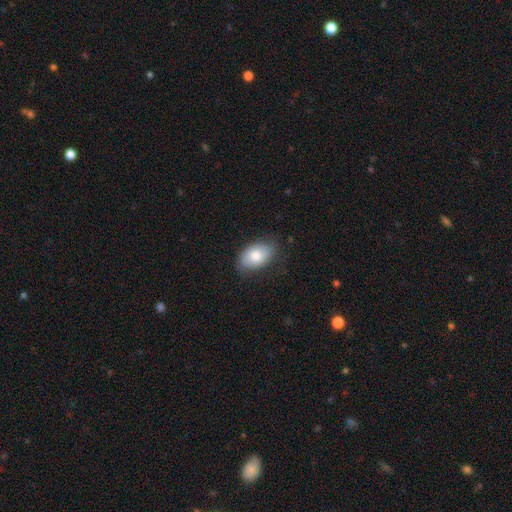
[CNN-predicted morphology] A smooth galaxy with no disk features (78%) that is in between round and cigar-shaped (89%). Merging: none (77%).